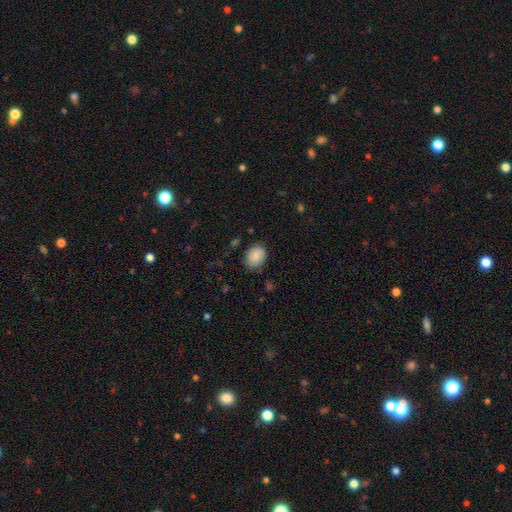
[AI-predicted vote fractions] The model was most divided on "how rounded": in between: 56%, round: 43%, cigar-shaped: 1%. More confident: smooth or featured — smooth (86%); merging — none (76%).